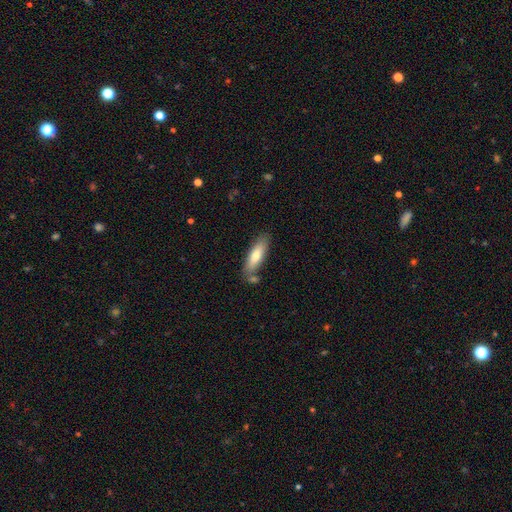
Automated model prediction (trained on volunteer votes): The model was most divided on "how rounded": cigar-shaped: 56%, in between: 42%, round: 2%. More confident: merging — none (74%); smooth or featured — smooth (70%).